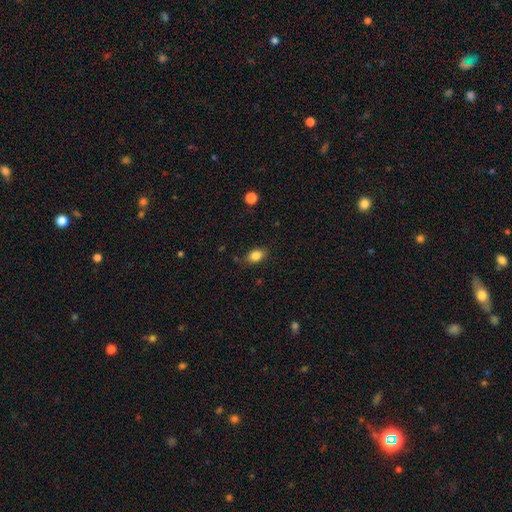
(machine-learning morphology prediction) smooth-or-featured: smooth: 84% | star or artifact: 9% | featured or disk: 7%
  how-rounded: in between: 77% | round: 21% | cigar-shaped: 2%
  merging: none: 81% | minor disturbance: 14% | major disturbance: 3% | merger: 2%